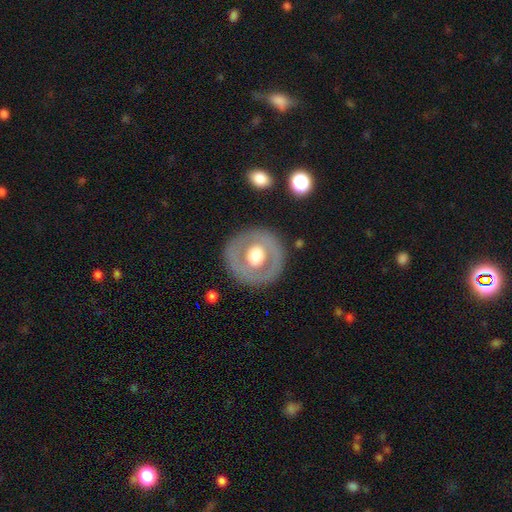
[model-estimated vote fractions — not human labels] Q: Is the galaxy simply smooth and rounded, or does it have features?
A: featured or disk — 50%.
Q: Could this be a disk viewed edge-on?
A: no — 95%.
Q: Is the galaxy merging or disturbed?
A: none — 84%.